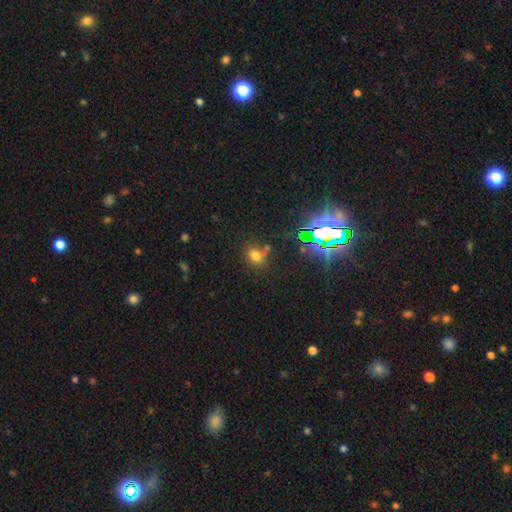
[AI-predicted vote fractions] Smooth or featured: smooth — 66% (star or artifact — 26%)
How rounded: round — 73% (in between — 26%)
Merging: none — 68% (minor disturbance — 14%)